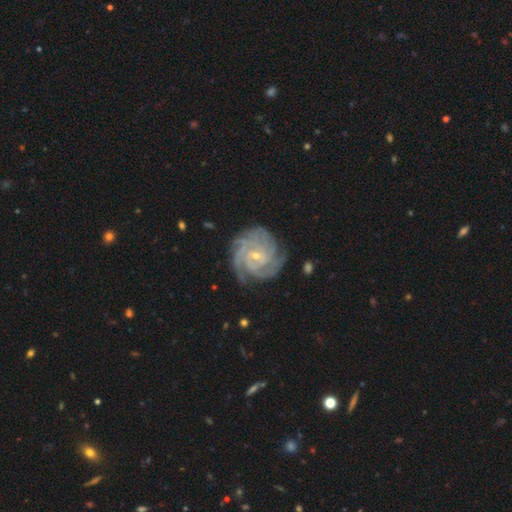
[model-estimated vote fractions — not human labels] The model was most divided on "bar": no: 51%, weak: 38%, strong: 11%. Remaining: spiral arms — yes (98%); edge-on disk — no (98%); smooth or featured — featured or disk (89%); merging — none (78%); spiral winding — tight (77%); bulge size — small (75%); spiral arm count — 4 (35%).